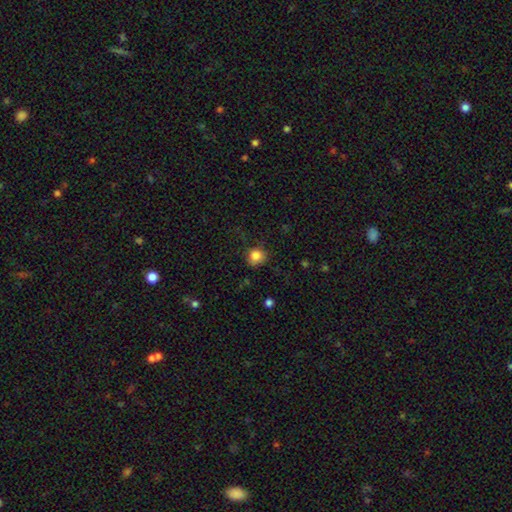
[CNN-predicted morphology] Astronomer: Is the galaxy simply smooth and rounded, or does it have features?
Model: smooth — 84%.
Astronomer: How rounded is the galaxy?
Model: round — 83%.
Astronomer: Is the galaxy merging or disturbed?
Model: none — 76%.